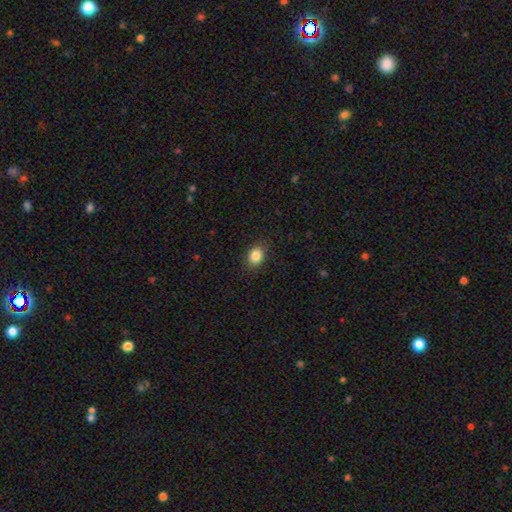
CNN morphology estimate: The model was most divided on "how rounded": in between: 59%, round: 39%, cigar-shaped: 1%. More confident: merging — none (86%); smooth or featured — smooth (86%).